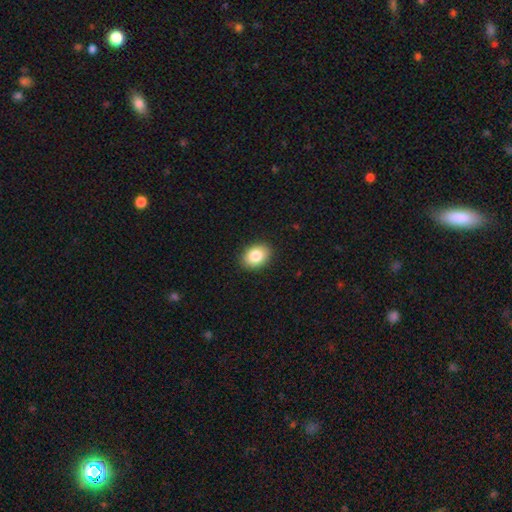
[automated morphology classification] A smooth galaxy with no disk features (84%) that is in between round and cigar-shaped (72%).

Vote fractions:
- Smooth or featured? smooth: 84% / featured or disk: 8% / star or artifact: 8%
- How rounded? in between: 72% / round: 27% / cigar-shaped: 1%
- Merging? none: 90% / minor disturbance: 7% / major disturbance: 2% / merger: 1%